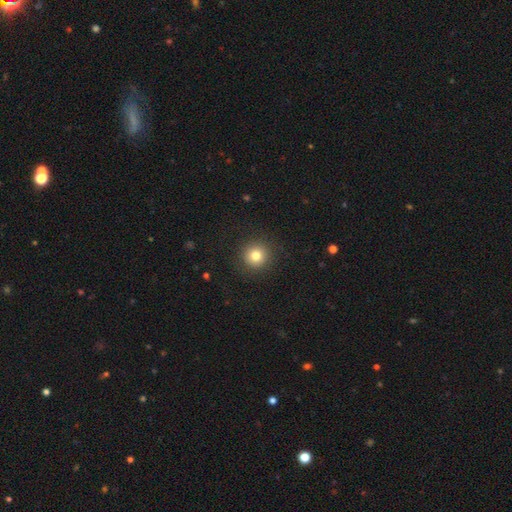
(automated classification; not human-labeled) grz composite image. It shows a smooth galaxy with no disk features (81%) that is round (94%). Merging: none (91%).